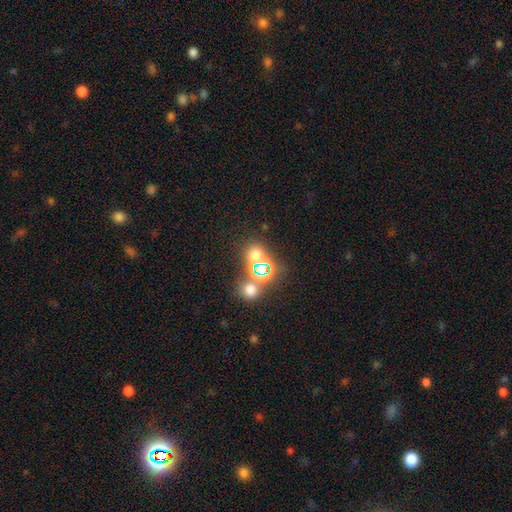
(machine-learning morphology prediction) The model was most divided on "smooth or featured" (2-way tie): smooth: 46%, star or artifact: 46%, featured or disk: 8%. More confident: merging — none (68%).